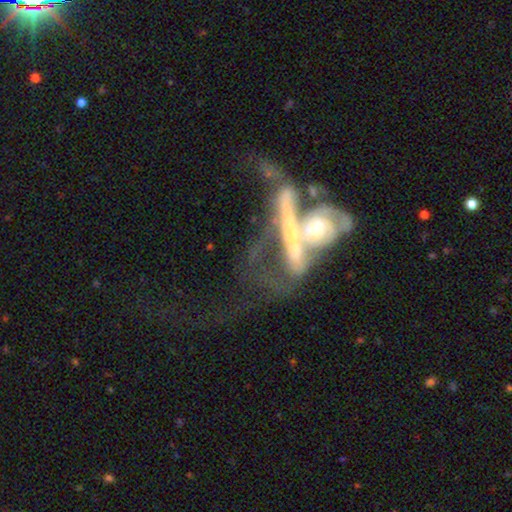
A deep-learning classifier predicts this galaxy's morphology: Smooth or featured?
  - featured or disk: 71% *
  - smooth: 18%
  - star or artifact: 11%
Edge-on disk?
  - no: 64% *
  - yes: 36%
Merging?
  - merger: 65% *
  - major disturbance: 18%
  - none: 10%
  - minor disturbance: 6%